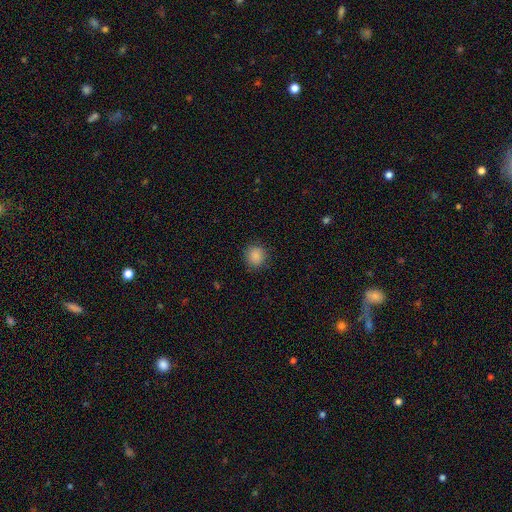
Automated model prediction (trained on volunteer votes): Q: Smooth or featured?
A: smooth (88%); runner-up: star or artifact (9%)
Q: How rounded?
A: round (87%); runner-up: in between (12%)
Q: Merging?
A: none (88%); runner-up: minor disturbance (9%)